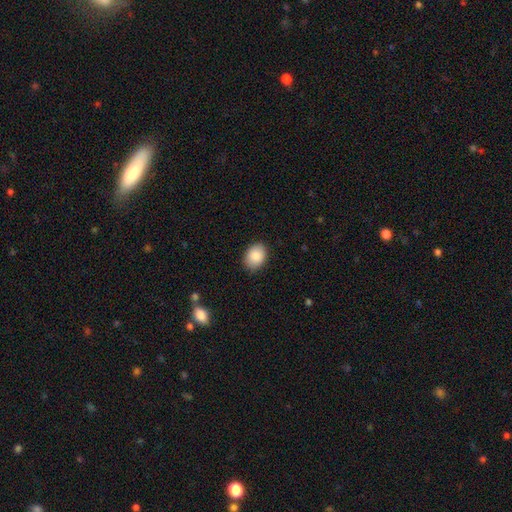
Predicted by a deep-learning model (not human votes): Overall: smooth (87%). How rounded: in between (71%). Merging: none (86%).